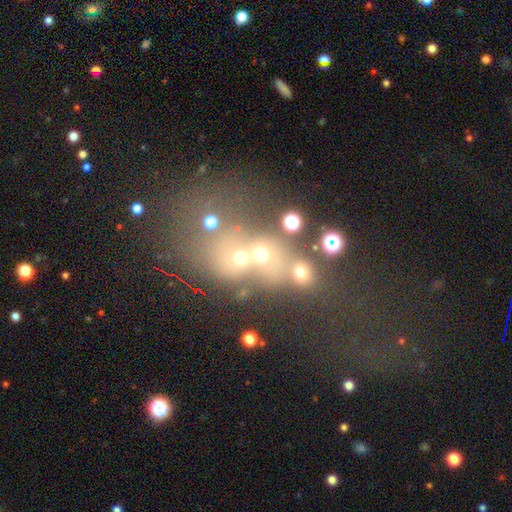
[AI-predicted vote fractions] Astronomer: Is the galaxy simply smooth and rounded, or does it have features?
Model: star or artifact — 35%, tied with smooth at 35%.